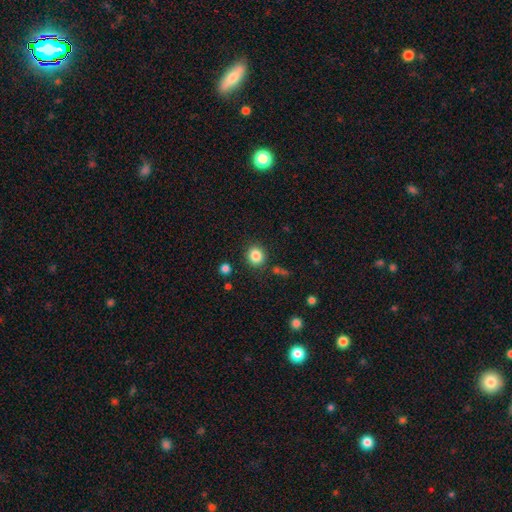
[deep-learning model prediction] smooth-or-featured: smooth: 85% | star or artifact: 10% | featured or disk: 5%
  how-rounded: round: 85% | in between: 14% | cigar-shaped: 1%
  merging: none: 87% | minor disturbance: 8% | merger: 3% | major disturbance: 3%